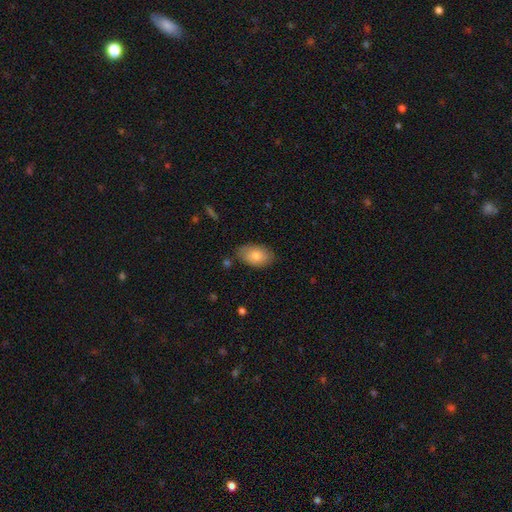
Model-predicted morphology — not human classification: Overall: smooth (78%). How rounded: in between (93%). Merging: none (80%).